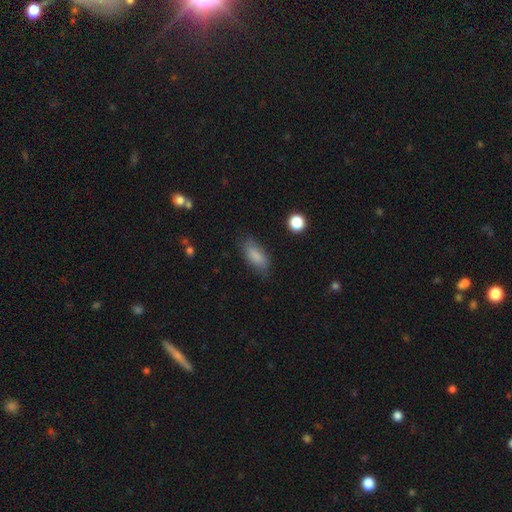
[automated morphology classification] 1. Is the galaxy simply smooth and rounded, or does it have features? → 84% smooth, 9% featured or disk, 7% star or artifact.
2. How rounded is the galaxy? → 83% in between, 14% cigar-shaped, 3% round.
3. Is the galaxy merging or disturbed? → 77% none, 17% minor disturbance, 4% major disturbance, 1% merger.